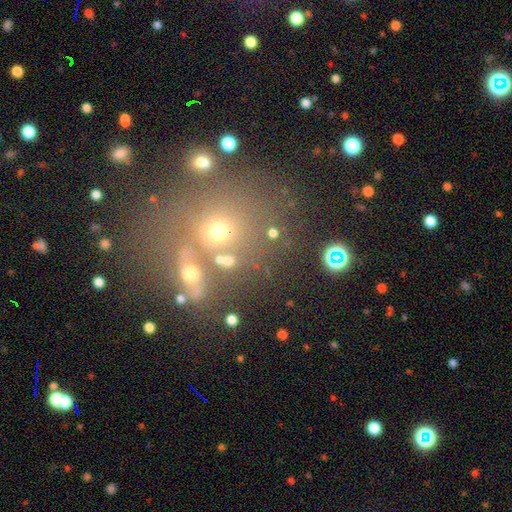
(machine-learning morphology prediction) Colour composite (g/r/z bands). It shows a smooth galaxy with no disk features (42%). Merging: none (57%).